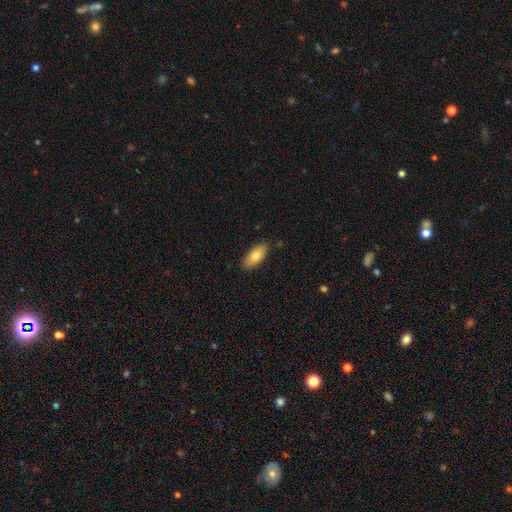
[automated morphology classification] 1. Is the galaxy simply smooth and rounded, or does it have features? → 79% smooth, 15% featured or disk, 6% star or artifact.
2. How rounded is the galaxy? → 86% in between, 12% cigar-shaped, 2% round.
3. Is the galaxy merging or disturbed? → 86% none, 11% minor disturbance, 2% major disturbance, 1% merger.